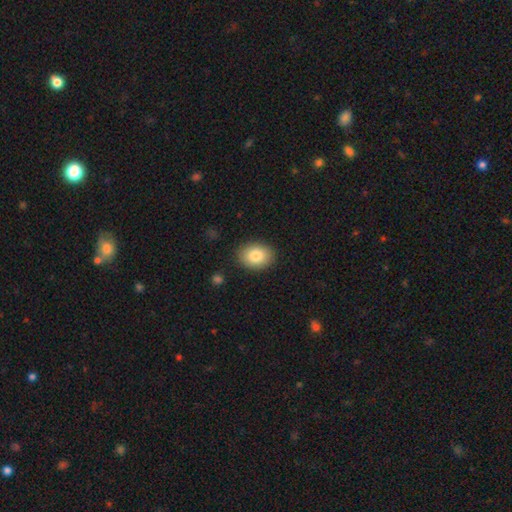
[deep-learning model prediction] Morphology: type=smooth (83%); roundness=in between (67%); merging=none (87%).